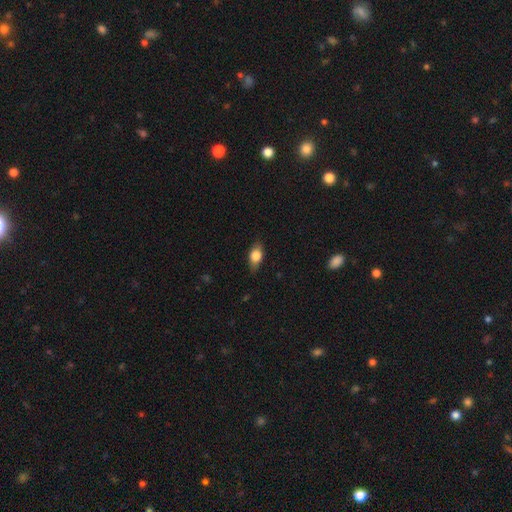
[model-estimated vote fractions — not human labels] Smooth or featured? Predicted: smooth (p=0.77). How rounded? Predicted: in between (p=0.83). Merging? Predicted: none (p=0.80).